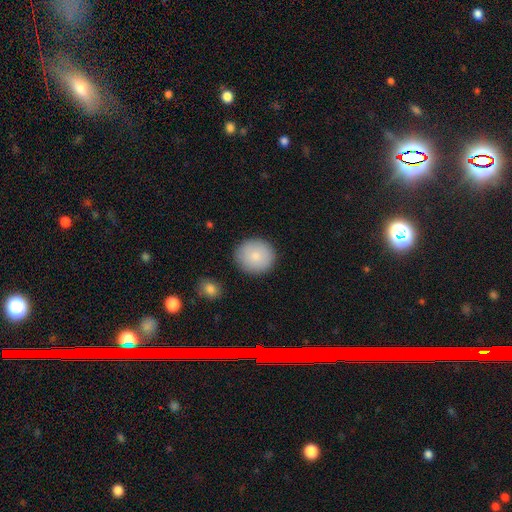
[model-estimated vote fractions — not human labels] Morphology: type=smooth (84%); roundness=round (86%); merging=none (88%).